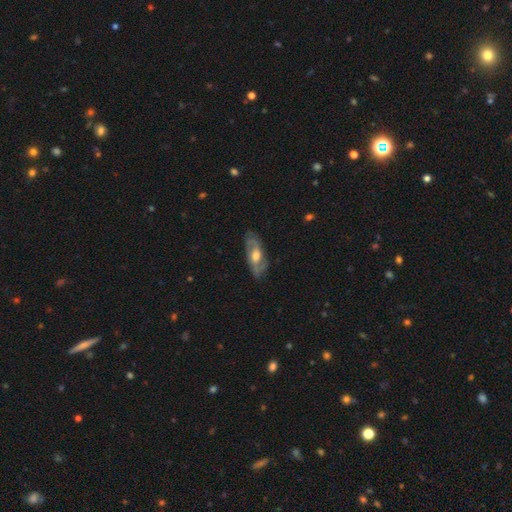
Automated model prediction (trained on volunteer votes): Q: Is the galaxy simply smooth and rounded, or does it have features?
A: featured or disk — 73%.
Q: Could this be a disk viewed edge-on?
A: no — 85%.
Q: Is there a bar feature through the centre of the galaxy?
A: no — 53%.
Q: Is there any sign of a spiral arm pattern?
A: yes — 82%.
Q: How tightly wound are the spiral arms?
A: medium — 48%.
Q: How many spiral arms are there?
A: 2 — 77%.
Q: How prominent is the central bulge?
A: moderate — 61%.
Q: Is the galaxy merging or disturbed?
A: none — 78%.